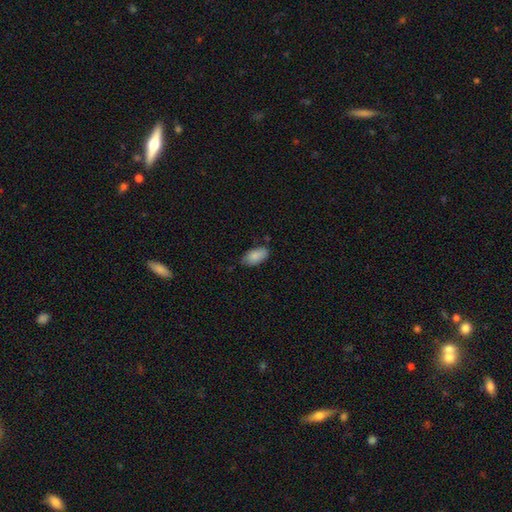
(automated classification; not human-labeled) Smooth or featured? smooth (86%)
How rounded? in between (93%)
Merging? none (72%)